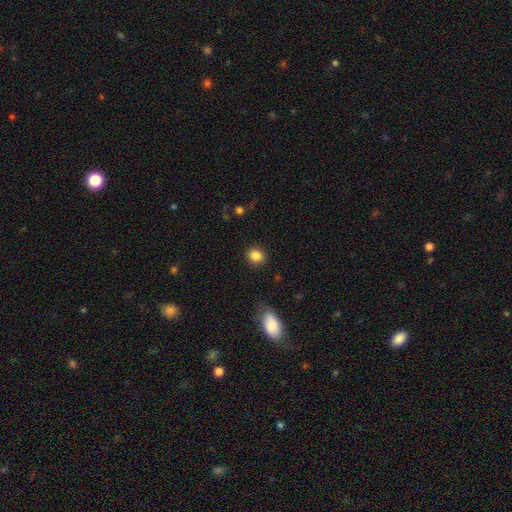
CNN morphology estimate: The model was most divided on "how rounded": round: 76%, in between: 23%, cigar-shaped: 1%. More confident: merging — none (89%); smooth or featured — smooth (86%).